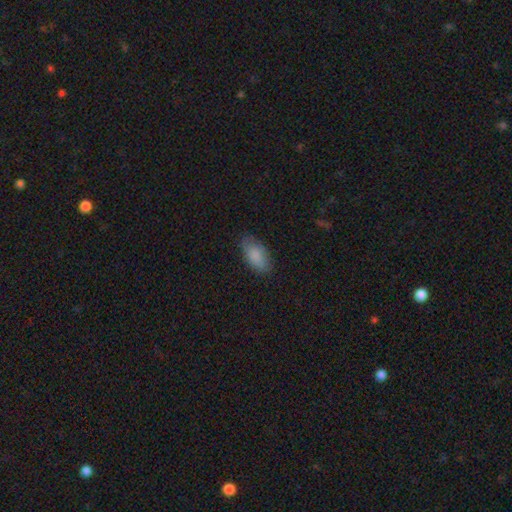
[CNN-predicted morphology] Smooth or featured? Predicted: smooth (p=0.85). How rounded? Predicted: in between (p=0.92). Merging? Predicted: none (p=0.79).